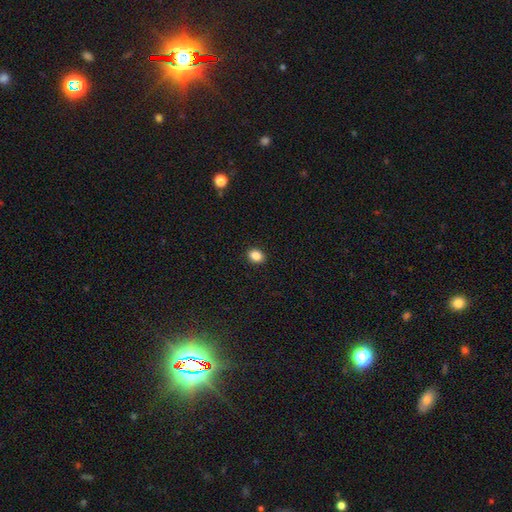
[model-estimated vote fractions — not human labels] smooth 86%, star or artifact 10%, featured or disk 4%. Down the decision tree: how rounded — in between (59%); merging — none (91%).